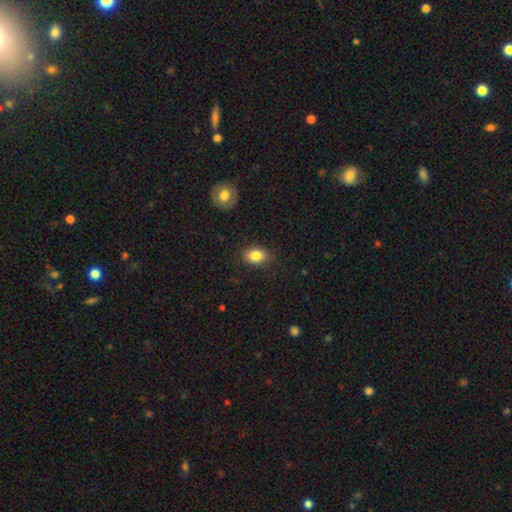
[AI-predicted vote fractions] This is clearly a smooth galaxy (84%). How rounded: likely in between (69%). Merging: clearly none (85%).